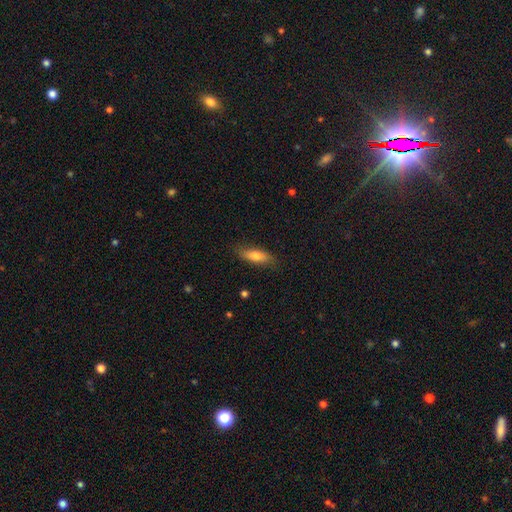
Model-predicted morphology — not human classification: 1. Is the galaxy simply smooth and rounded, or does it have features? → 73% smooth, 20% featured or disk, 6% star or artifact.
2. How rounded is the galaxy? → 58% in between, 39% cigar-shaped, 2% round.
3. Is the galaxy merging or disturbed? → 81% none, 15% minor disturbance, 3% major disturbance, 1% merger.